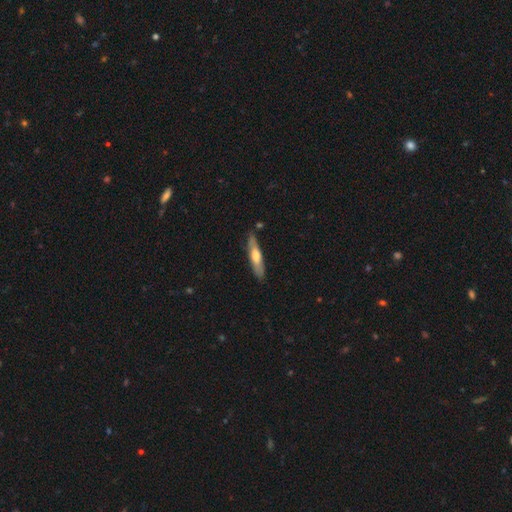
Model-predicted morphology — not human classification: Overall: smooth (50%; featured or disk 44%). How rounded: cigar-shaped (82%). Merging: none (80%).